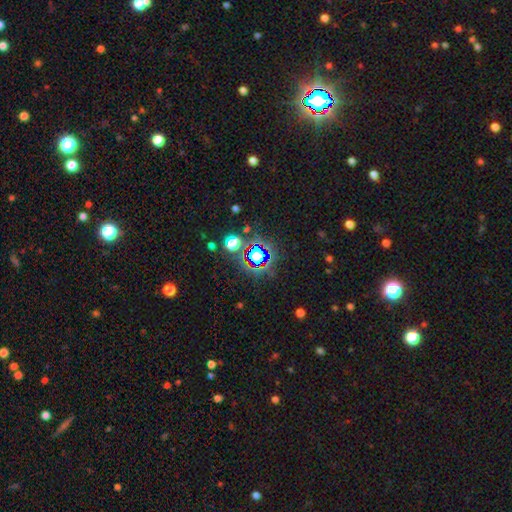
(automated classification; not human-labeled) Smooth or featured? star or artifact (64%)